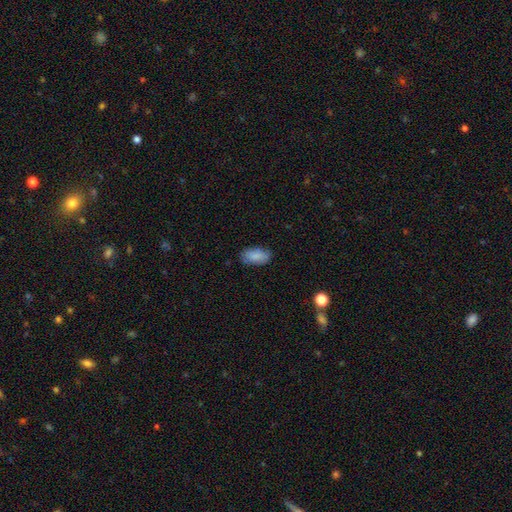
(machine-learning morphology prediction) Overall: smooth (86%). How rounded: in between (93%). Merging: none (79%).